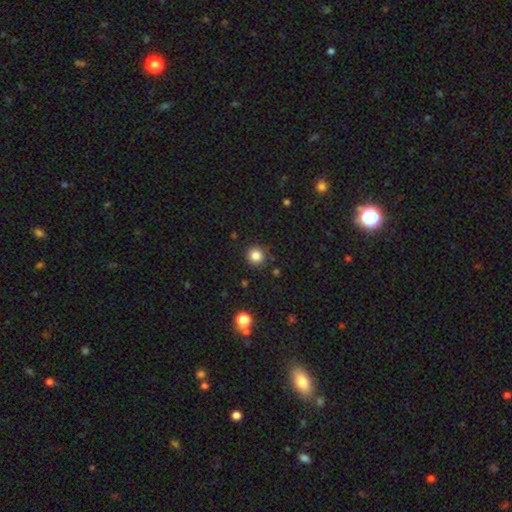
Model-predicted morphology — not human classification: Smooth or featured? smooth (84%)
How rounded? round (93%)
Merging? none (89%)